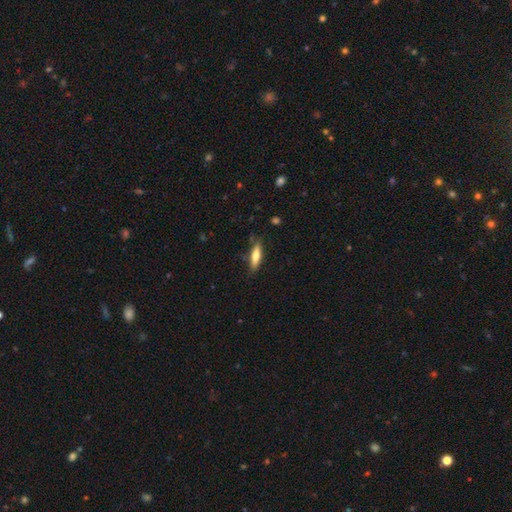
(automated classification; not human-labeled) This is likely a smooth galaxy (68%). How rounded: likely cigar-shaped (69%). Merging: clearly none (81%).